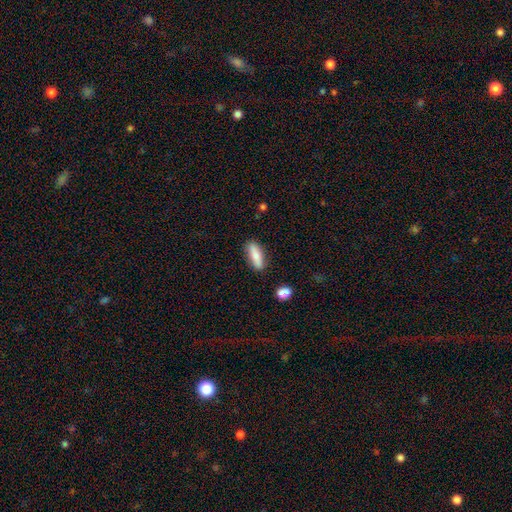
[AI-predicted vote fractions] smooth-or-featured: smooth: 76% | featured or disk: 18% | star or artifact: 7%
  how-rounded: in between: 54% | cigar-shaped: 43% | round: 2%
  merging: none: 84% | minor disturbance: 11% | merger: 2% | major disturbance: 2%